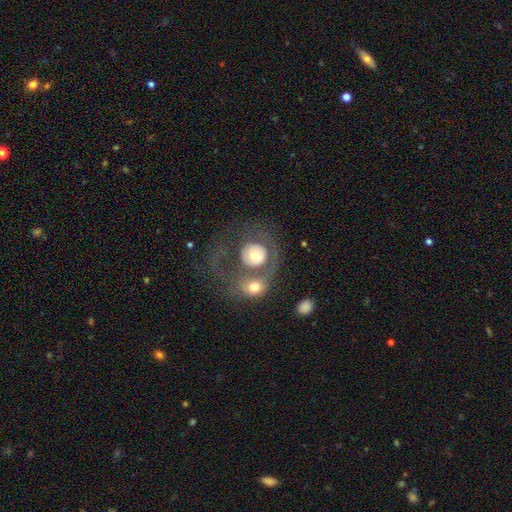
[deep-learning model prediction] smooth-or-featured: smooth: 52% | featured or disk: 40% | star or artifact: 8%
  how-rounded: round: 81% | in between: 18% | cigar-shaped: 1%
  merging: merger: 47% | none: 25% | major disturbance: 19% | minor disturbance: 9%